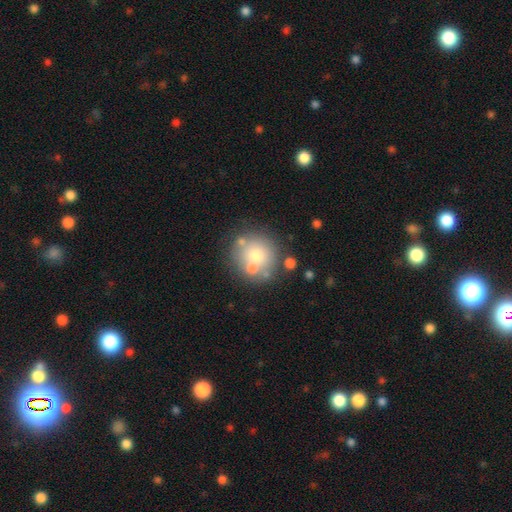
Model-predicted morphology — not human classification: type=smooth (61%); roundness=round (92%); merging=none (66%).